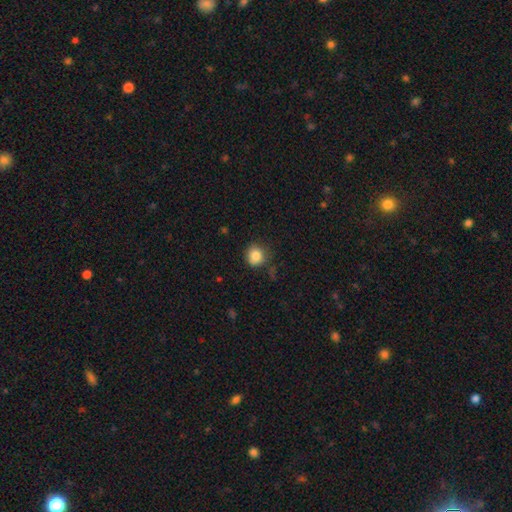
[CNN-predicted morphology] Overall: smooth (84%). How rounded: round (86%). Merging: none (76%).